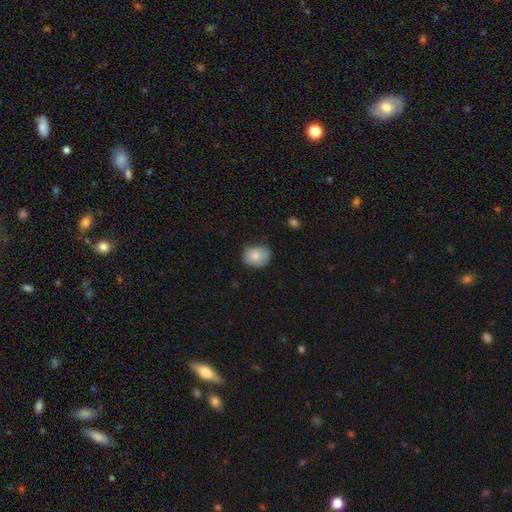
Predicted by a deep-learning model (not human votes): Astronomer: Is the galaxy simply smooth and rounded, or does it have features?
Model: smooth — 83%.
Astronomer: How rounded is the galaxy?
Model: round — 53% (runner-up: in between, 46%).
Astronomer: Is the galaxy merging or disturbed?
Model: none — 64%.